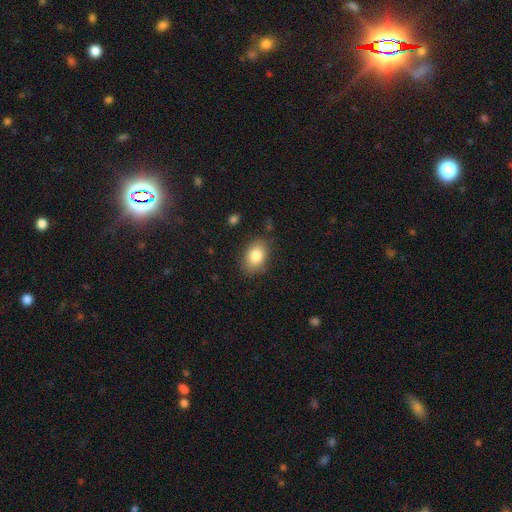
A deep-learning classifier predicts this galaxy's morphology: Overall: smooth (83%). How rounded: in between (82%). Merging: none (82%).